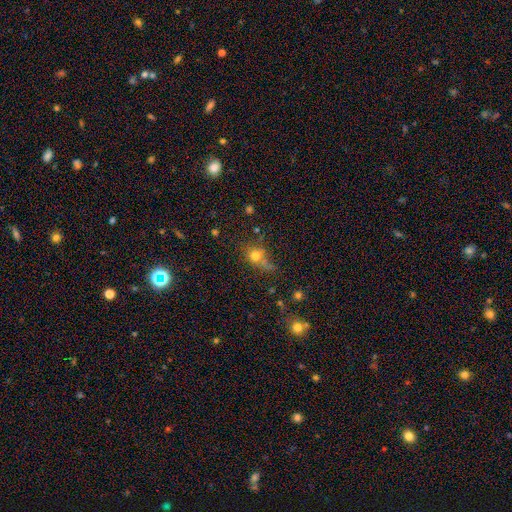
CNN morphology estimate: Smooth or featured? Predicted: smooth (p=0.70). How rounded? Predicted: round (p=0.71). Merging? Predicted: none (p=0.50).